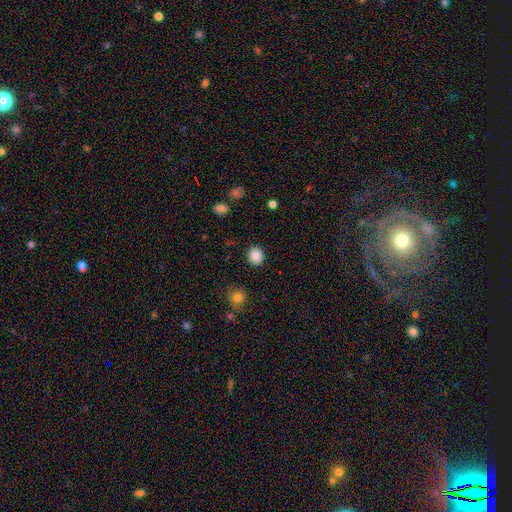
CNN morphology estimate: Q: Smooth or featured?
A: smooth (87%); runner-up: star or artifact (9%)
Q: How rounded?
A: round (83%); runner-up: in between (16%)
Q: Merging?
A: none (91%); runner-up: minor disturbance (6%)